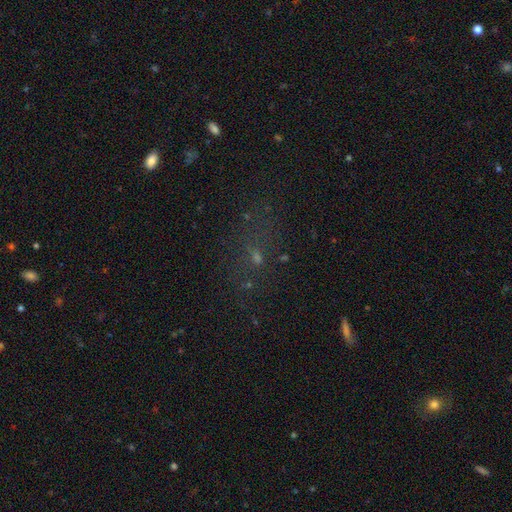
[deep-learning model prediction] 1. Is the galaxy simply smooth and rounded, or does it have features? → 42% star or artifact, 36% smooth, 21% featured or disk.